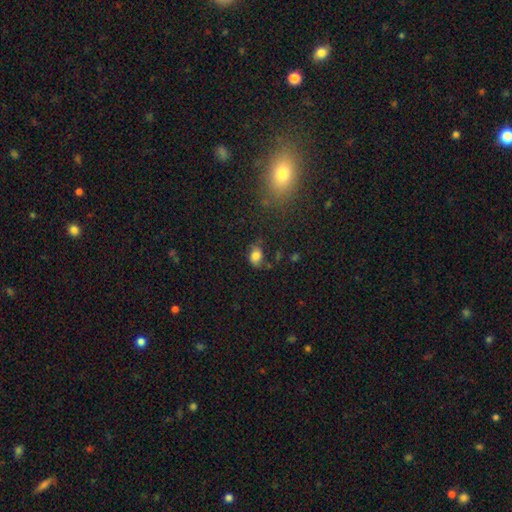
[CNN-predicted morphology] Smooth or featured: smooth — 78% (star or artifact — 12%)
How rounded: in between — 64% (round — 34%)
Merging: none — 50% (minor disturbance — 31%)